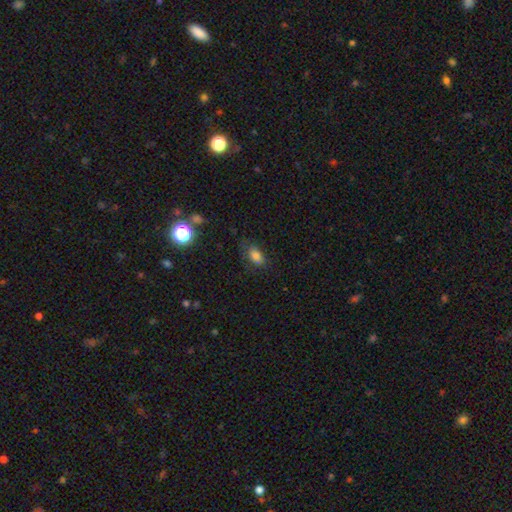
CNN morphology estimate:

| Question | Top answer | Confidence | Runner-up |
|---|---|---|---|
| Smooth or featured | smooth | 78% | star or artifact (13%) |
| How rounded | in between | 85% | round (11%) |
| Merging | none | 67% | minor disturbance (22%) |